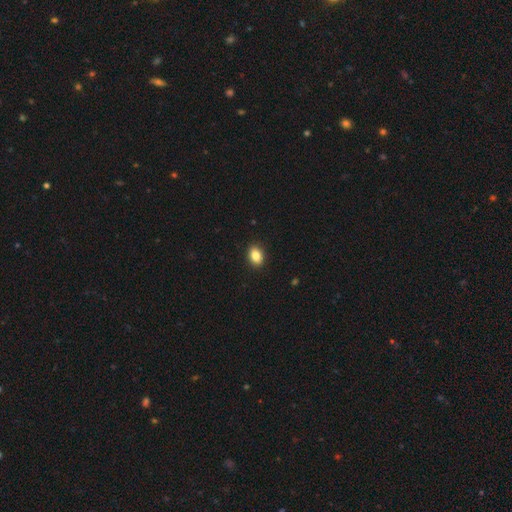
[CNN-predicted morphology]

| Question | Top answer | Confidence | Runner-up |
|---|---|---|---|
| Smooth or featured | smooth | 86% | star or artifact (9%) |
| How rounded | in between | 74% | round (24%) |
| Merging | none | 91% | minor disturbance (7%) |